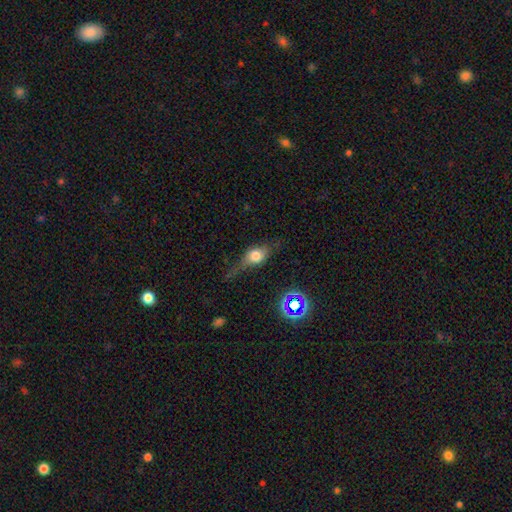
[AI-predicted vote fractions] Smooth or featured? smooth (50%)
Merging? none (43%)